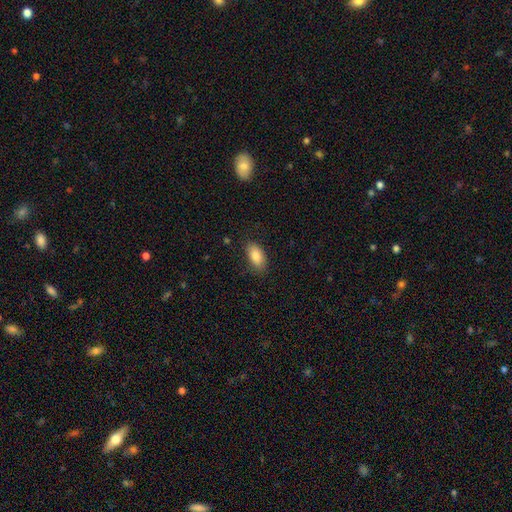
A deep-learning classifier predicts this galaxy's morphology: Smooth or featured?
  - smooth: 85% *
  - featured or disk: 8%
  - star or artifact: 7%
How rounded?
  - in between: 92% *
  - cigar-shaped: 4%
  - round: 3%
Merging?
  - none: 82% *
  - minor disturbance: 14%
  - major disturbance: 3%
  - merger: 1%